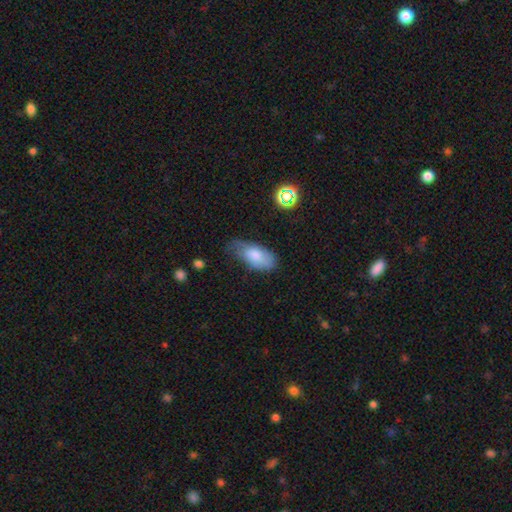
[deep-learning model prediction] A smooth galaxy with no disk features (76%) that is in between round and cigar-shaped (91%).

Vote fractions:
- Smooth or featured? smooth: 76% / featured or disk: 17% / star or artifact: 8%
- How rounded? in between: 91% / cigar-shaped: 5% / round: 3%
- Merging? none: 43% / minor disturbance: 40% / major disturbance: 15% / merger: 2%